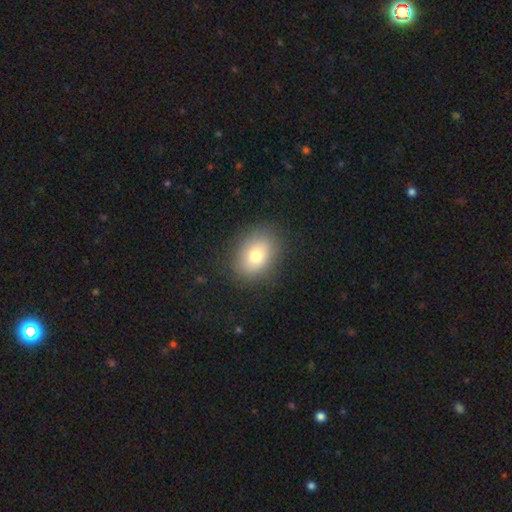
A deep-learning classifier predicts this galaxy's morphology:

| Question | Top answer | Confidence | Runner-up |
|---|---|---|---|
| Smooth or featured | smooth | 78% | featured or disk (13%) |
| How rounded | in between | 70% | round (29%) |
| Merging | none | 86% | minor disturbance (10%) |